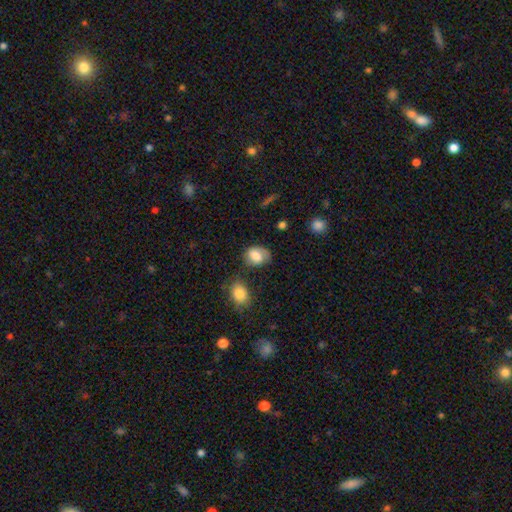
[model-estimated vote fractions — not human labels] smooth_or_featured: smooth (p=0.73) [alt: featured or disk p=0.19]
how_rounded: in between (p=0.61) [alt: round p=0.38]
merging: none (p=0.54) [alt: minor disturbance p=0.30]